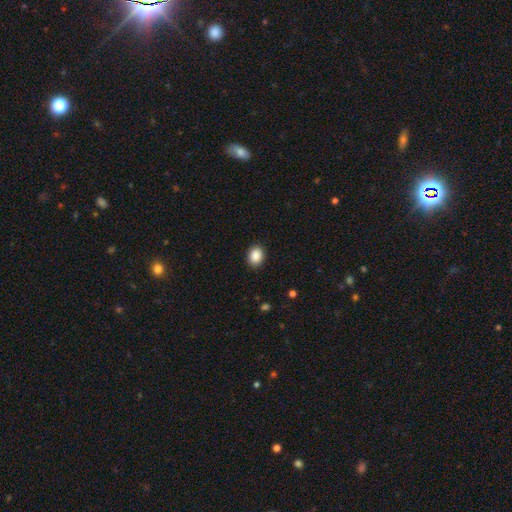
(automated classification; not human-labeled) This appears to be a smooth galaxy with no disk features (88%) that is in between round and cigar-shaped (61%). Merging: none (90%).